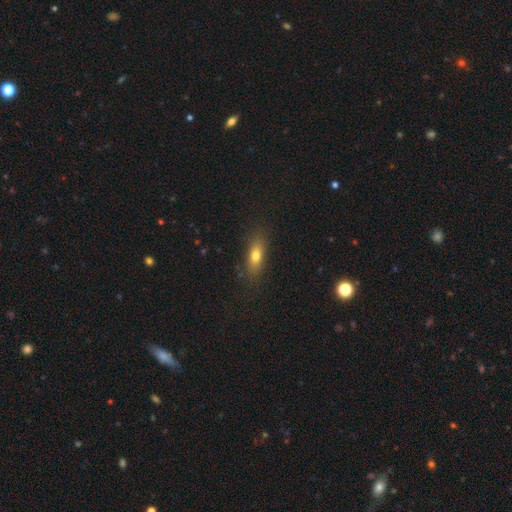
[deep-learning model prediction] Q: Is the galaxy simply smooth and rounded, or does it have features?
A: smooth — 74%.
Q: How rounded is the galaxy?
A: in between — 68%.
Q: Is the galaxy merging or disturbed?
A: none — 81%.